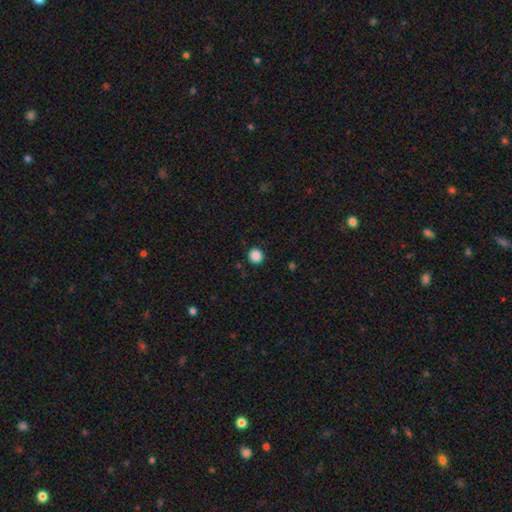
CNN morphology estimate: type=smooth (87%); roundness=round (92%); merging=none (92%).